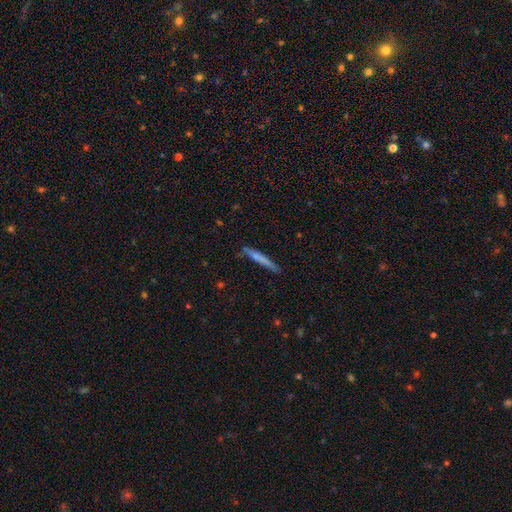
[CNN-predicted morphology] smooth_or_featured: smooth (p=0.56) [alt: featured or disk p=0.36]
how_rounded: cigar-shaped (p=0.95) [alt: in between p=0.03]
merging: none (p=0.78) [alt: minor disturbance p=0.16]